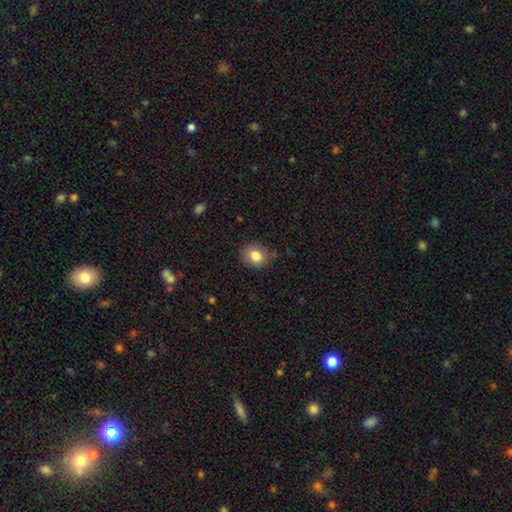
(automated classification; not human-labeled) Smooth or featured: smooth — 82% (star or artifact — 10%)
How rounded: round — 63% (in between — 36%)
Merging: none — 83% (minor disturbance — 13%)